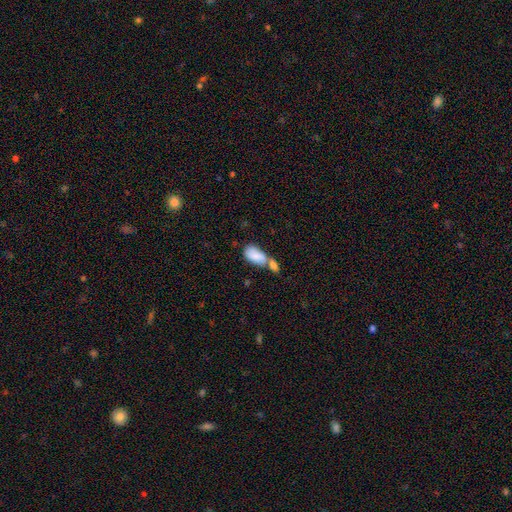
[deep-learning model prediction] smooth 77%, featured or disk 16%, star or artifact 7%. Down the decision tree: how rounded — in between (93%); merging — merger (59%).